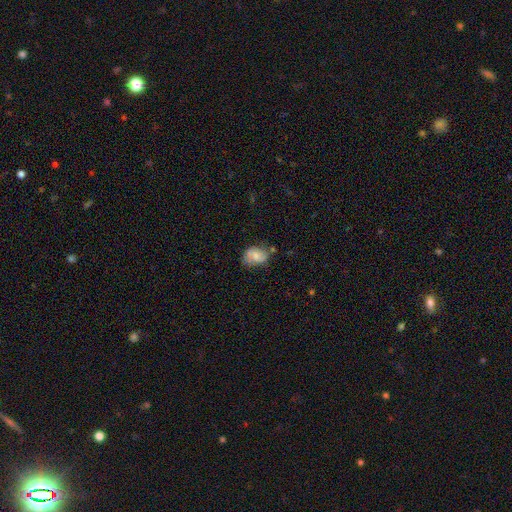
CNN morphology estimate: Smooth or featured: smooth — 52% (featured or disk — 39%)
How rounded: in between — 68% (round — 31%)
Merging: none — 57% (minor disturbance — 29%)